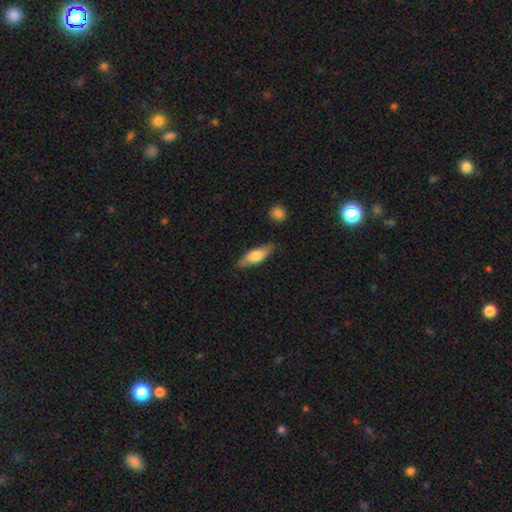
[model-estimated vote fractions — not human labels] smooth-or-featured: smooth: 57% | featured or disk: 38% | star or artifact: 6%
  how-rounded: in between: 52% | cigar-shaped: 45% | round: 3%
  merging: none: 82% | minor disturbance: 13% | major disturbance: 3% | merger: 2%